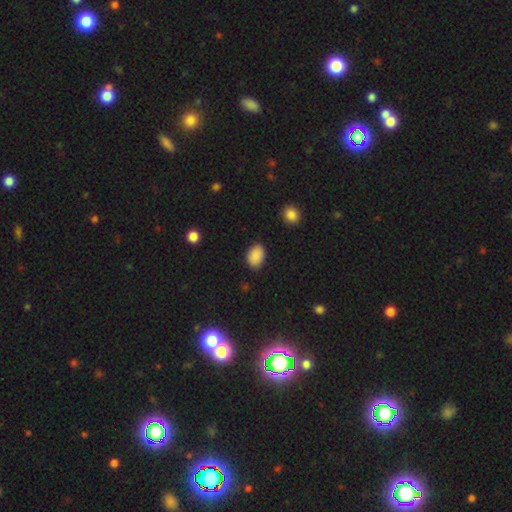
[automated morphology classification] Smooth or featured: smooth — 89% (star or artifact — 8%)
How rounded: in between — 81% (round — 18%)
Merging: none — 85% (minor disturbance — 11%)